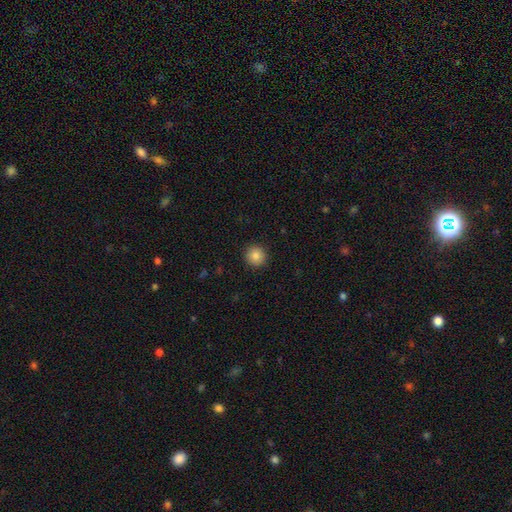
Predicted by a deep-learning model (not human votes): Overall: smooth (86%). How rounded: round (93%). Merging: none (91%).